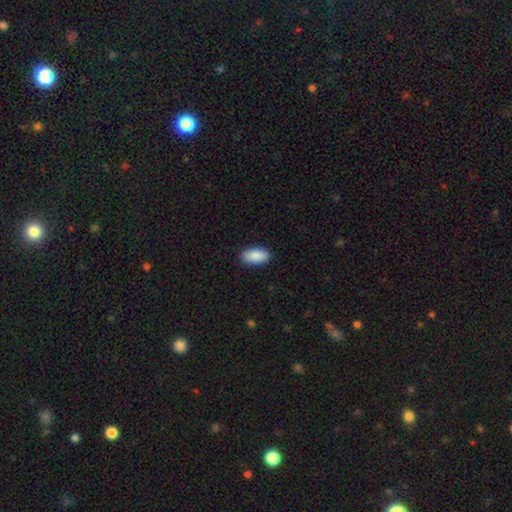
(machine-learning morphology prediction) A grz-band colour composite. It shows a smooth galaxy with no disk features (90%) that is in between round and cigar-shaped (94%). Merging: none (89%).